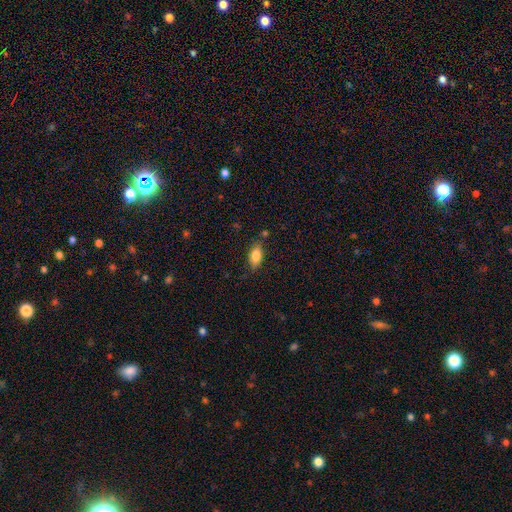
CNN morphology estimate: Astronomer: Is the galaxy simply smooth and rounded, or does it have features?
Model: smooth — 82%.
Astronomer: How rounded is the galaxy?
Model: in between — 86%.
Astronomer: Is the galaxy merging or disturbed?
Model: none — 78%.